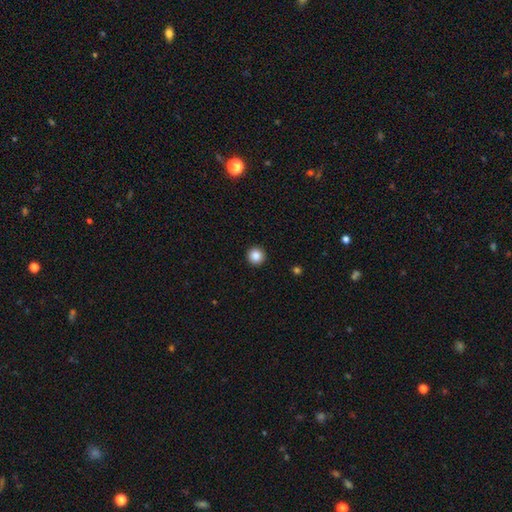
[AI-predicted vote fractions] Smooth or featured? Predicted: smooth (p=0.87). How rounded? Predicted: round (p=0.96). Merging? Predicted: none (p=0.94).